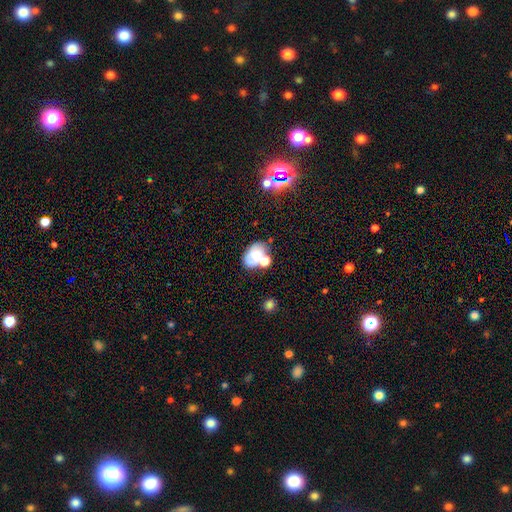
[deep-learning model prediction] This appears to be a smooth galaxy with no disk features (55%) that is in between round and cigar-shaped (76%). Merging: none (39%).